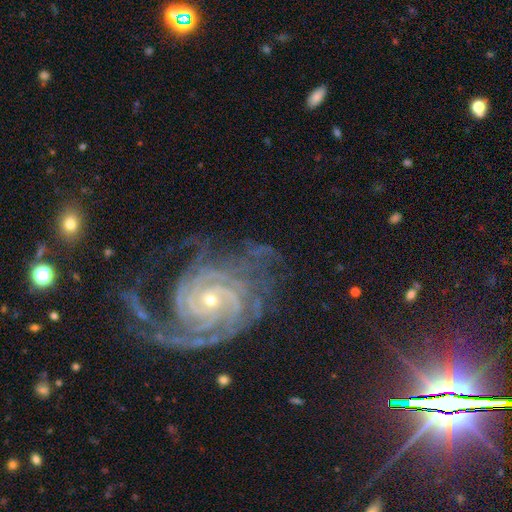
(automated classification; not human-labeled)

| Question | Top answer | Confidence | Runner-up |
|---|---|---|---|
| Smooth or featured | featured or disk | 90% | star or artifact (7%) |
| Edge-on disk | no | 98% | yes (2%) |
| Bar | no | 66% | weak (23%) |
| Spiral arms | yes | 99% | no (1%) |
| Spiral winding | tight | 77% | medium (20%) |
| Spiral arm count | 3 | 22% | 2 (20%) |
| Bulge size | small | 72% | moderate (24%) |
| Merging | none | 55% | minor disturbance (22%) |